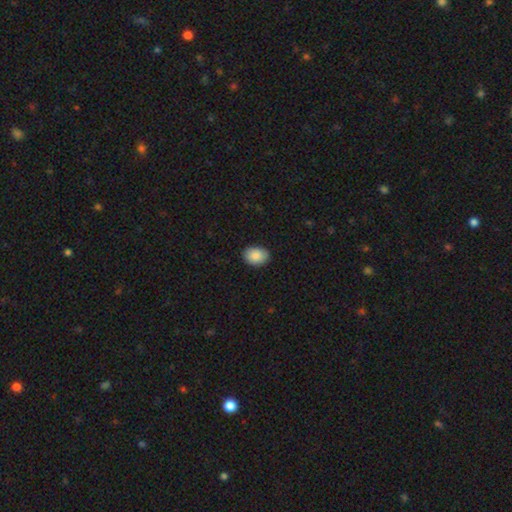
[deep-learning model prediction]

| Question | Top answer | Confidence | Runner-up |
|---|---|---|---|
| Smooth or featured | smooth | 88% | star or artifact (7%) |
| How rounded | in between | 74% | round (25%) |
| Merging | none | 86% | minor disturbance (11%) |